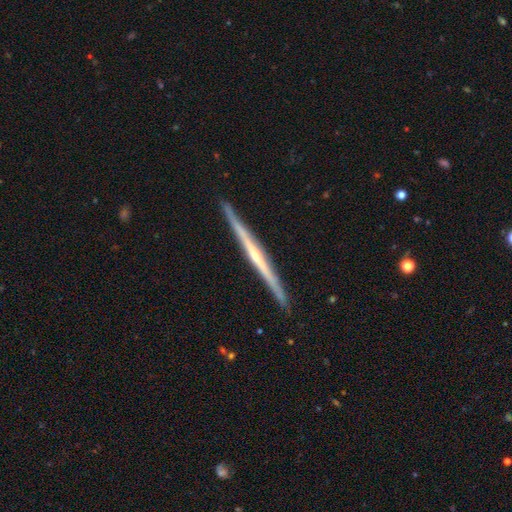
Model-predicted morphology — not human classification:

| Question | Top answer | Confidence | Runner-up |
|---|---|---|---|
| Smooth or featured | featured or disk | 80% | smooth (15%) |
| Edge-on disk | yes | 98% | no (2%) |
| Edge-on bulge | rounded | 52% | none (42%) |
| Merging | none | 92% | minor disturbance (6%) |